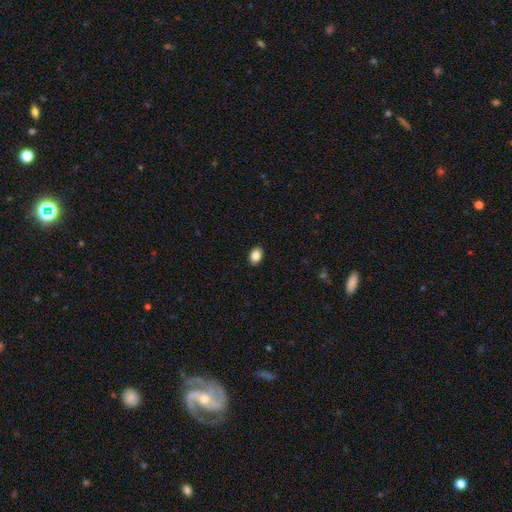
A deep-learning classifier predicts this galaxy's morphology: Smooth or featured? smooth (87%)
How rounded? in between (75%)
Merging? none (90%)